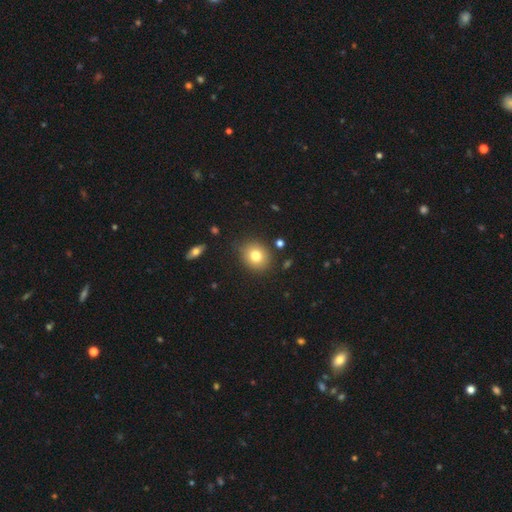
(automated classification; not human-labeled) Morphology: type=smooth (78%); roundness=round (75%); merging=none (85%).